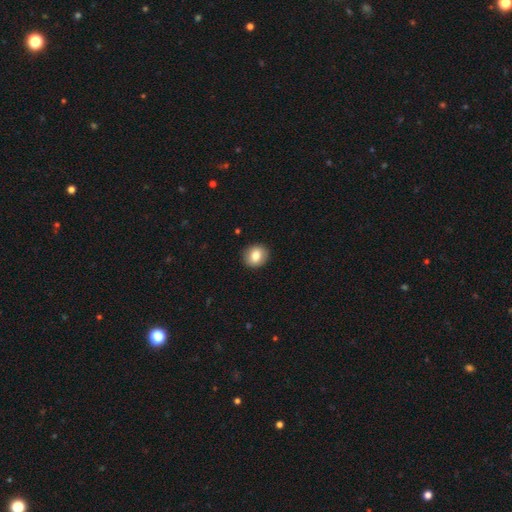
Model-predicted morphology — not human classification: A smooth galaxy with no disk features (81%) that is round (76%).

Vote fractions:
- Smooth or featured? smooth: 81% / featured or disk: 11% / star or artifact: 8%
- How rounded? round: 76% / in between: 23% / cigar-shaped: 1%
- Merging? none: 90% / minor disturbance: 7% / major disturbance: 2% / merger: 1%